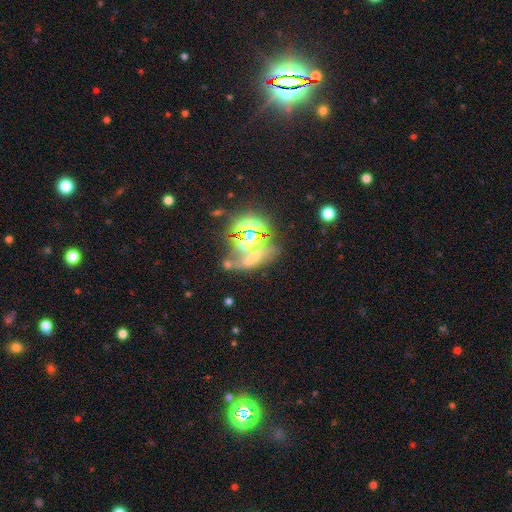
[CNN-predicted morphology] This is possibly a star or artifact rather than a galaxy (55%).